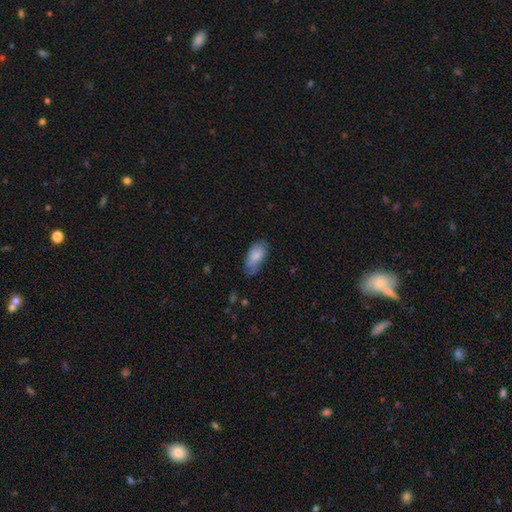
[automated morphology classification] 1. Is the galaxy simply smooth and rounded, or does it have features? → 78% smooth, 16% featured or disk, 6% star or artifact.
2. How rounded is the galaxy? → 91% in between, 6% cigar-shaped, 3% round.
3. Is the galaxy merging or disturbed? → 54% none, 35% minor disturbance, 10% major disturbance, 2% merger.